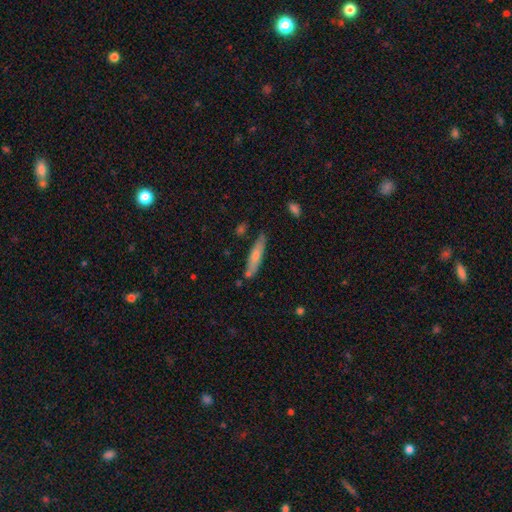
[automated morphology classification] This appears to be a smooth galaxy with no disk features (67%) that is cigar-shaped (83%). Merging: none (76%).